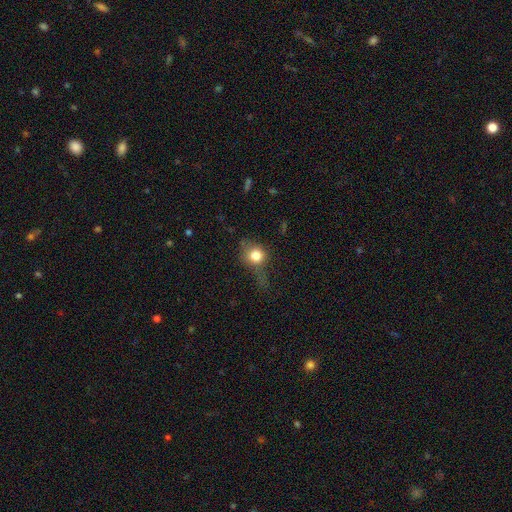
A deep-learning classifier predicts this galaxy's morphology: This is likely a smooth galaxy (76%). How rounded: likely round (79%). Merging: possibly none (46%).